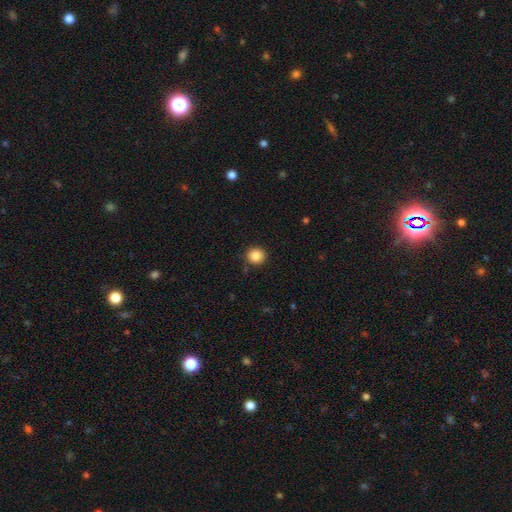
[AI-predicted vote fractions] Morphology: type=smooth (86%); roundness=round (88%); merging=none (89%).